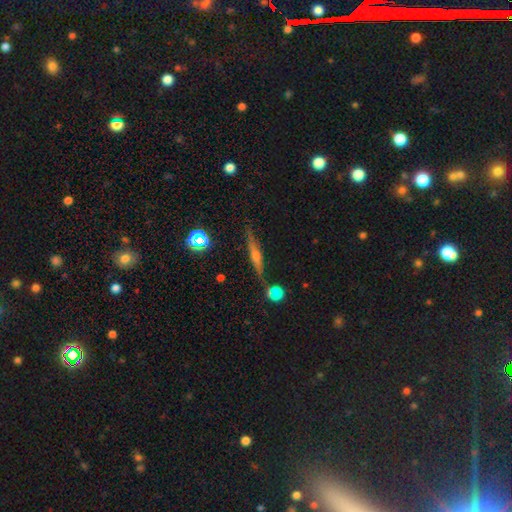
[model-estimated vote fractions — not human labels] The model was most divided on "smooth or featured": featured or disk: 68%, smooth: 22%, star or artifact: 10%. More confident: edge-on disk — yes (96%); edge-on bulge — rounded (79%); merging — none (77%).